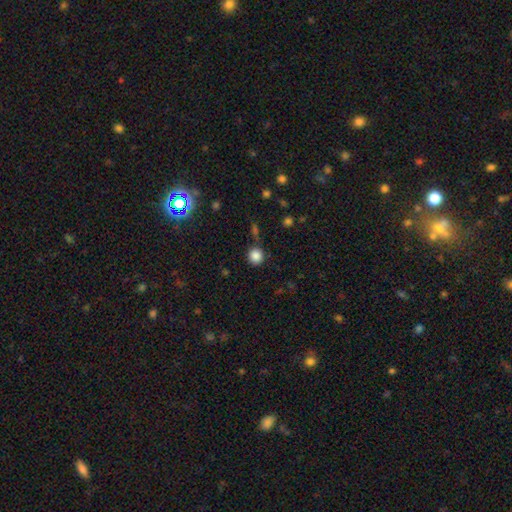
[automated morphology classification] Smooth or featured? Predicted: smooth (p=0.85). How rounded? Predicted: round (p=0.92). Merging? Predicted: none (p=0.84).